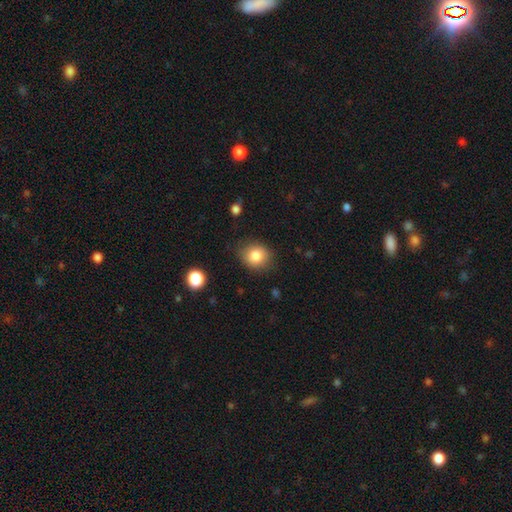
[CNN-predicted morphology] smooth-or-featured: smooth: 83% | star or artifact: 10% | featured or disk: 7%
  how-rounded: round: 70% | in between: 29% | cigar-shaped: 1%
  merging: none: 81% | minor disturbance: 14% | major disturbance: 3% | merger: 2%